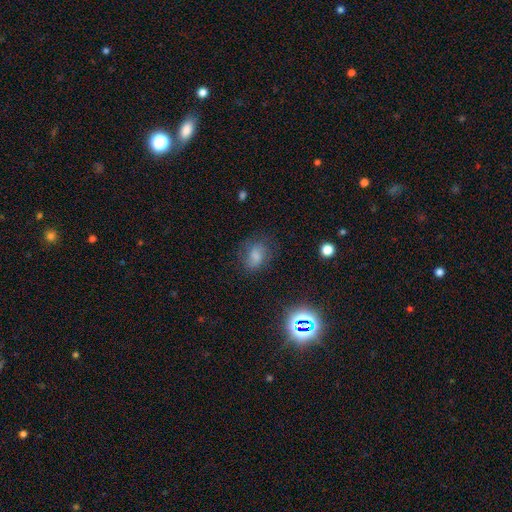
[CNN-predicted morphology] This appears to be a smooth galaxy with no disk features (67%) that is in between round and cigar-shaped (70%). Merging: none (65%).